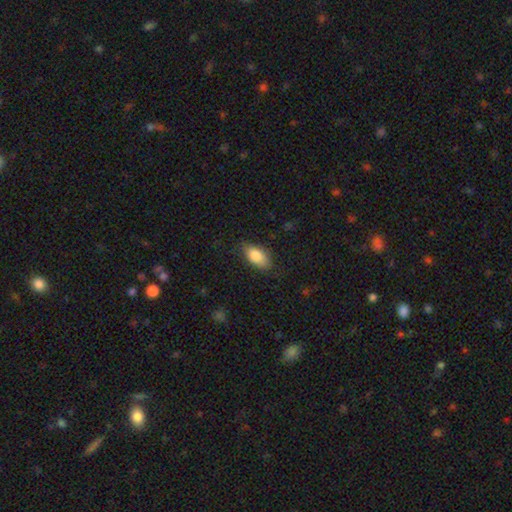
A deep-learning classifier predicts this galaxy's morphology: type=smooth (84%); roundness=in between (91%); merging=none (78%).